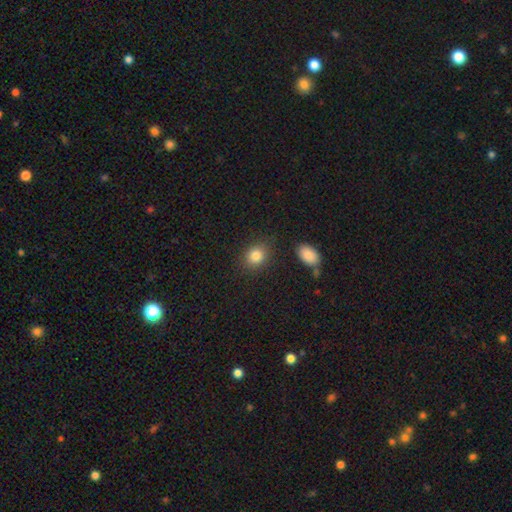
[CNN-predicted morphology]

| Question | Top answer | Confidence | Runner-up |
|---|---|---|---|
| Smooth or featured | smooth | 84% | star or artifact (10%) |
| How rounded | round | 53% | in between (46%) |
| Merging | none | 83% | minor disturbance (10%) |